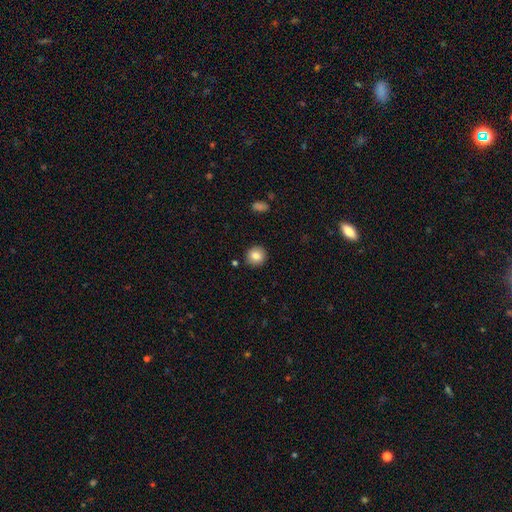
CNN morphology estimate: Smooth or featured: smooth — 83% (star or artifact — 9%)
How rounded: round — 91% (in between — 8%)
Merging: none — 89% (minor disturbance — 7%)